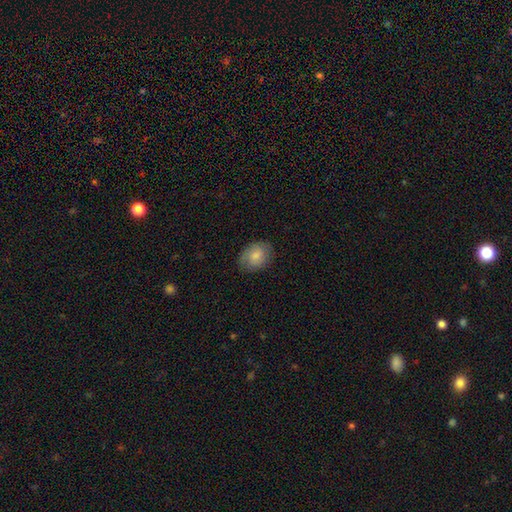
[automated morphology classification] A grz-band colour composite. It shows a smooth galaxy with no disk features (80%) that is in between round and cigar-shaped (69%). Merging: none (81%).